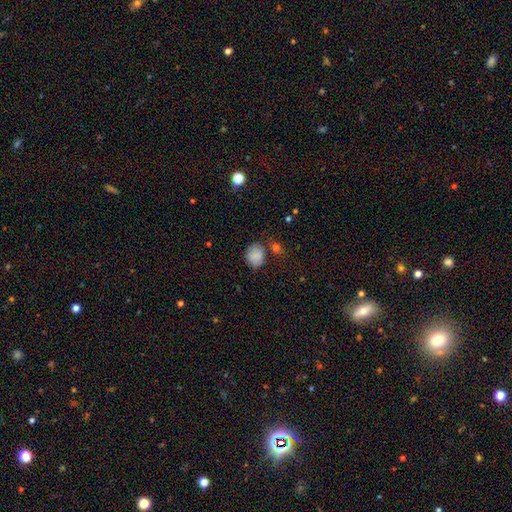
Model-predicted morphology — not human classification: Smooth or featured: smooth — 82% (star or artifact — 9%)
How rounded: round — 58% (in between — 41%)
Merging: none — 66% (minor disturbance — 21%)